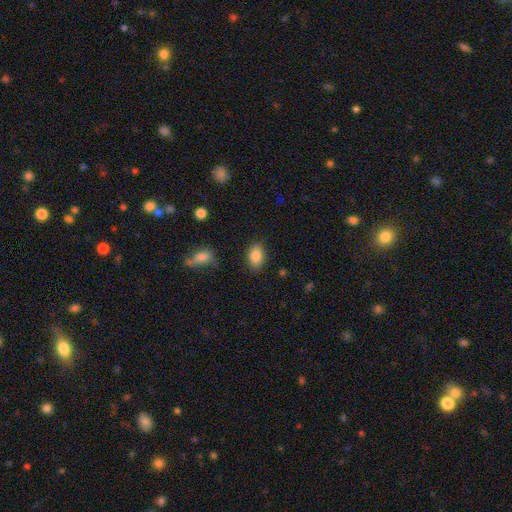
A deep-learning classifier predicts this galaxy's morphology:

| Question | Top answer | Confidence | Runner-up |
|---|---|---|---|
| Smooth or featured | smooth | 87% | star or artifact (8%) |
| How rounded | in between | 86% | round (12%) |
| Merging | none | 84% | minor disturbance (11%) |